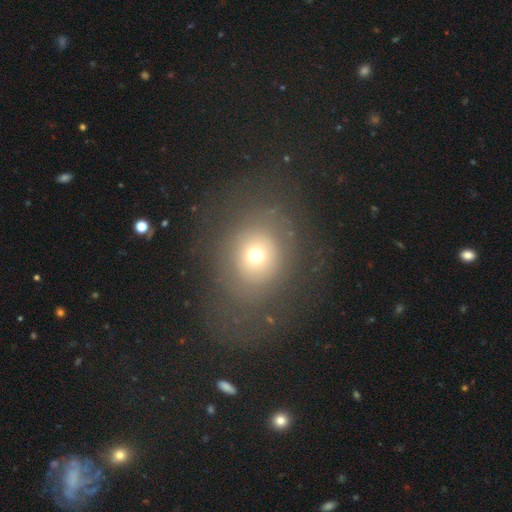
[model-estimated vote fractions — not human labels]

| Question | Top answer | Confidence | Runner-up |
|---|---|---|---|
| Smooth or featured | smooth | 65% | star or artifact (18%) |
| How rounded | round | 79% | in between (20%) |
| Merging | none | 70% | major disturbance (15%) |